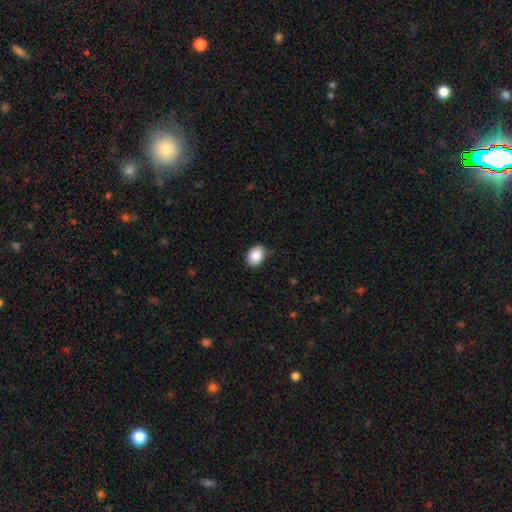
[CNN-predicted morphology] The model was most divided on "how rounded": in between: 64%, round: 35%, cigar-shaped: 1%. More confident: smooth or featured — smooth (88%); merging — none (75%).